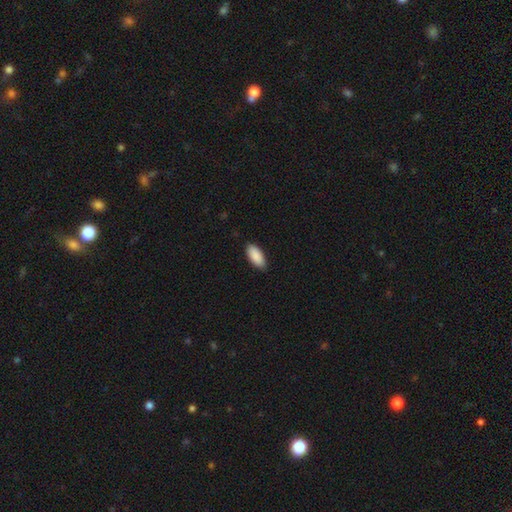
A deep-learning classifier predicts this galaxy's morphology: smooth_or_featured: smooth (p=0.91) [alt: star or artifact p=0.06]
how_rounded: in between (p=0.91) [alt: cigar-shaped p=0.08]
merging: none (p=0.87) [alt: minor disturbance p=0.10]